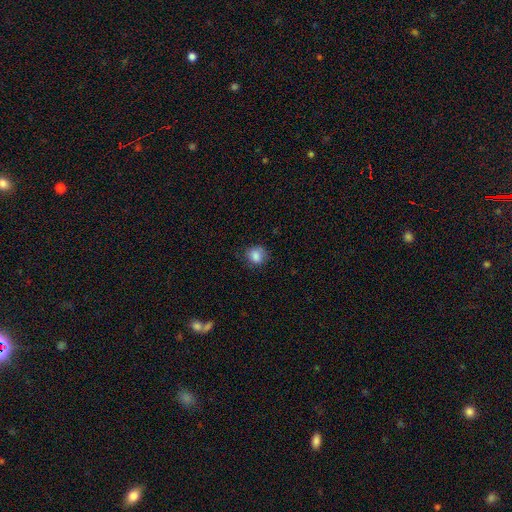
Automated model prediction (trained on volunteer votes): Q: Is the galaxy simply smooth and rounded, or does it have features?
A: smooth — 84%.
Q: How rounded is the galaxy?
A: round — 73%.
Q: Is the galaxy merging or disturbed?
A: none — 75%.